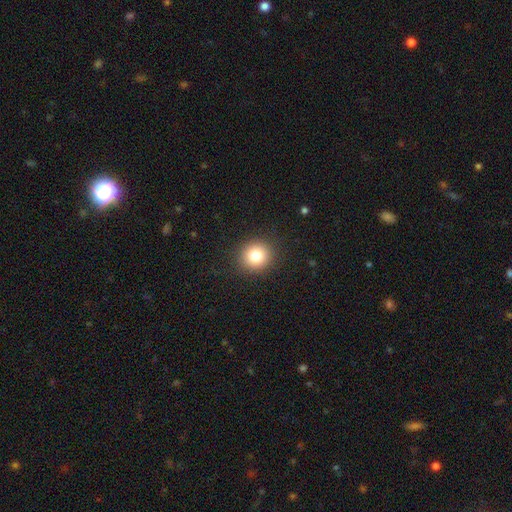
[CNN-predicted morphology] Smooth or featured? Predicted: smooth (p=0.82). How rounded? Predicted: round (p=0.87). Merging? Predicted: none (p=0.91).